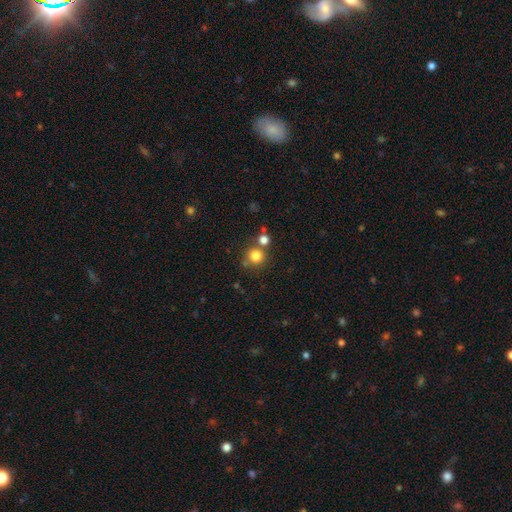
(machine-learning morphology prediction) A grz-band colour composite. It shows a smooth galaxy with no disk features (80%) that is round (93%). Merging: none (70%).